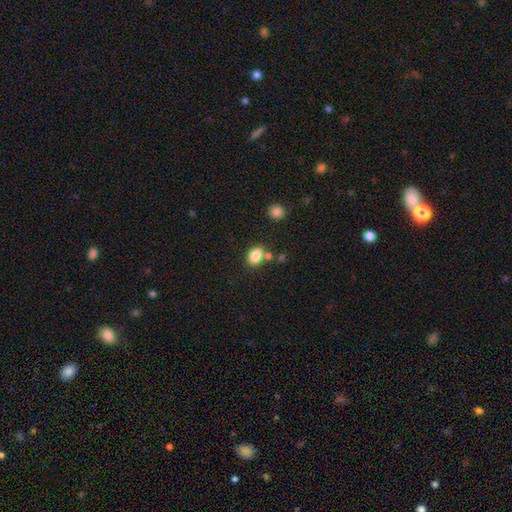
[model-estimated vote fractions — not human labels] smooth_or_featured: smooth (p=0.84) [alt: star or artifact p=0.09]
how_rounded: in between (p=0.77) [alt: round p=0.22]
merging: none (p=0.71) [alt: merger p=0.13]